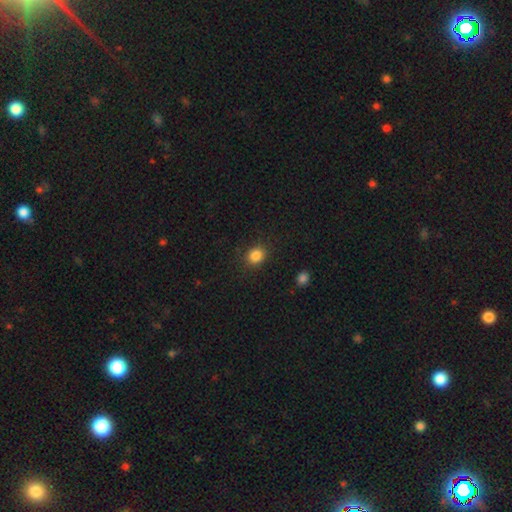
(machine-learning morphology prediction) A smooth galaxy with no disk features (85%) that is round (70%). Merging: none (86%).